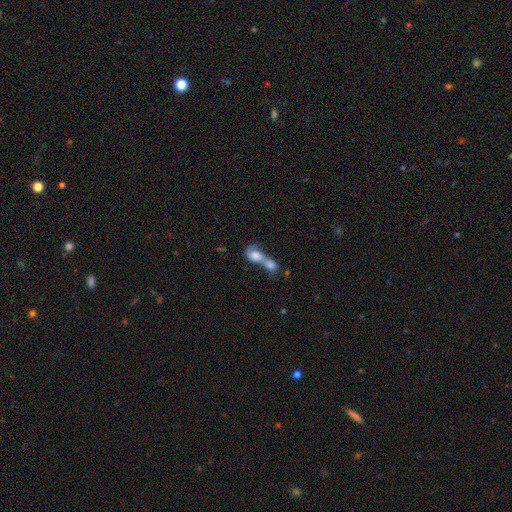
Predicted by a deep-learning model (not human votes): smooth-or-featured: smooth: 70% | featured or disk: 22% | star or artifact: 8%
  how-rounded: in between: 65% | round: 30% | cigar-shaped: 5%
  merging: merger: 83% | none: 8% | major disturbance: 5% | minor disturbance: 4%